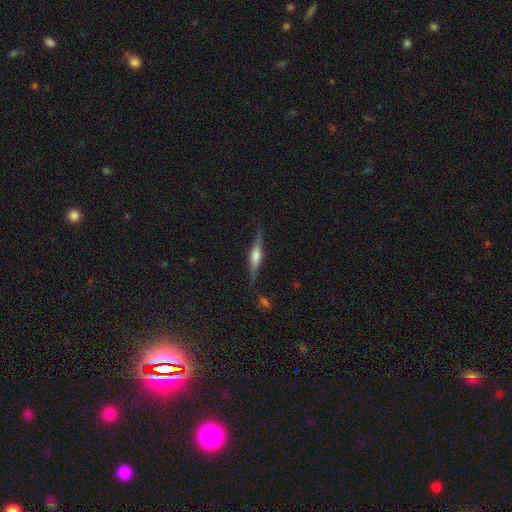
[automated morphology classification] Smooth or featured? Predicted: featured or disk (p=0.75). Edge-on disk? Predicted: yes (p=0.97). Edge-on bulge? Predicted: rounded (p=0.78). Merging? Predicted: none (p=0.82).